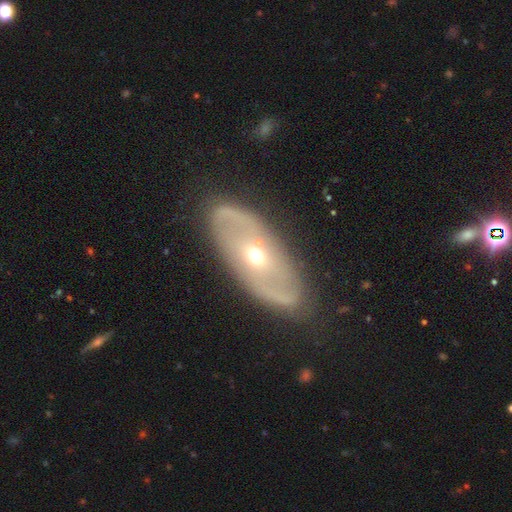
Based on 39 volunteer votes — smooth_or_featured: featured or disk (p=0.62) [alt: smooth p=0.36]
disk_edge_on: no (p=0.96) [alt: yes p=0.04]
bar: no (p=0.83) [alt: strong p=0.09]
has_spiral_arms: no (p=0.65) [alt: yes p=0.35]
bulge_size: moderate (p=0.57) [alt: small p=0.43]
merging: none (p=0.87) [alt: minor disturbance p=0.08]